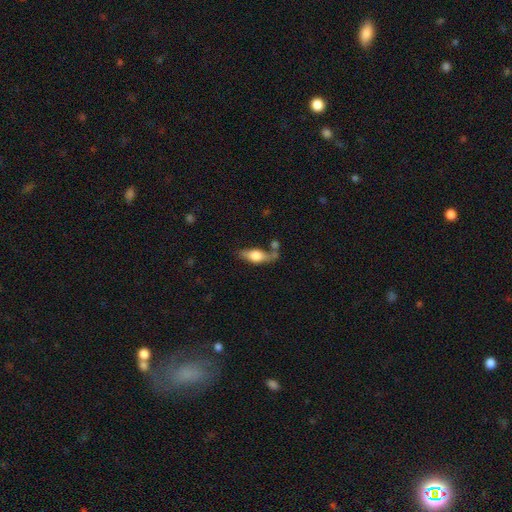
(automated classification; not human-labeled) This appears to be a smooth galaxy with no disk features (51%) that is in between round and cigar-shaped (65%). Merging: none (52%).